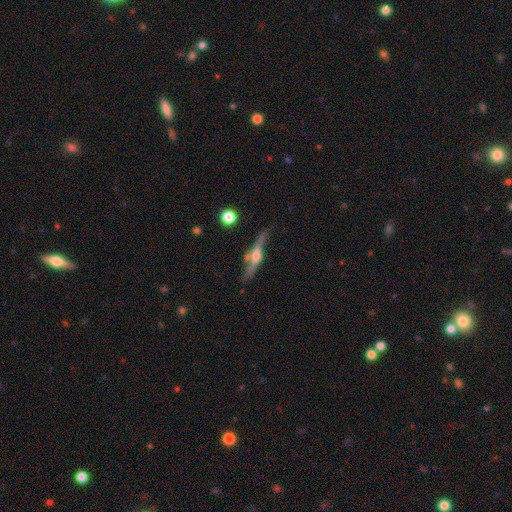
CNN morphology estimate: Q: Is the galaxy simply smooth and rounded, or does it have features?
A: featured or disk — 69%.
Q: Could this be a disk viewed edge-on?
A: yes — 82%.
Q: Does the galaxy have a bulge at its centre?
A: rounded — 76%.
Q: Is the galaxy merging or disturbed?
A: none — 56%.